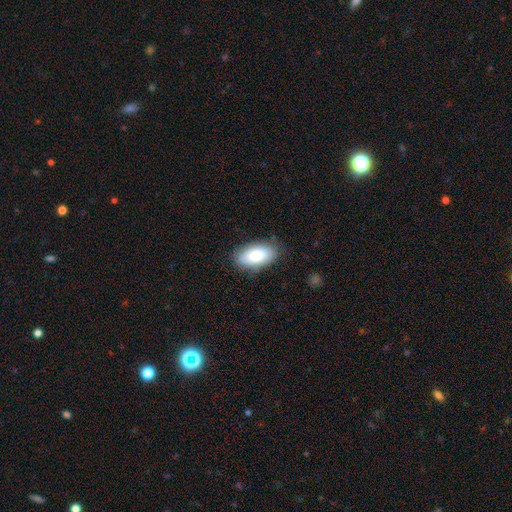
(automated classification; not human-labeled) A smooth galaxy with no disk features (80%) that is in between round and cigar-shaped (94%). Merging: none (82%).